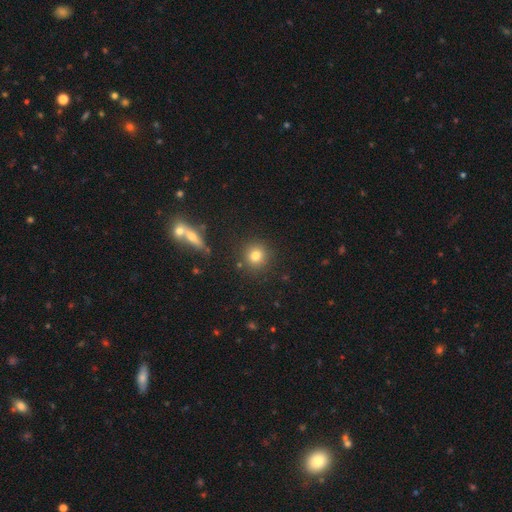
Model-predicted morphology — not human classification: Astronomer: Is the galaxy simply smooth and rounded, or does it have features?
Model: smooth — 79%.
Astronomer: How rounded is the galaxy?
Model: round — 91%.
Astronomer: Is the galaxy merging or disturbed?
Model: none — 86%.